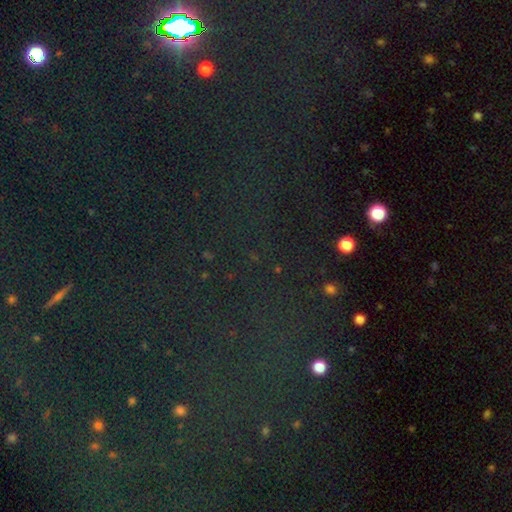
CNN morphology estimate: Smooth or featured: star or artifact — 81% (smooth — 11%)